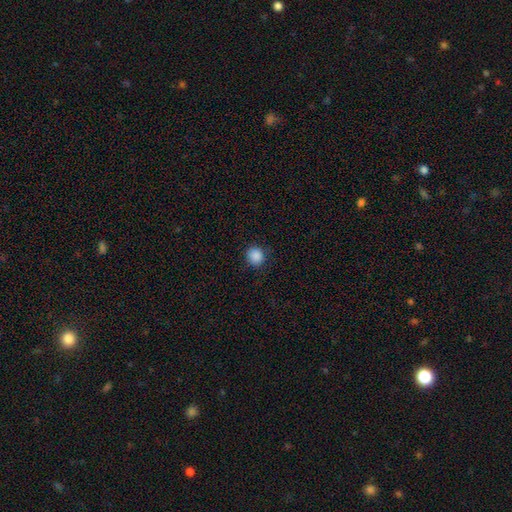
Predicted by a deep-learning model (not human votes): Smooth or featured: smooth — 88% (star or artifact — 10%)
How rounded: round — 88% (in between — 11%)
Merging: none — 87% (minor disturbance — 10%)